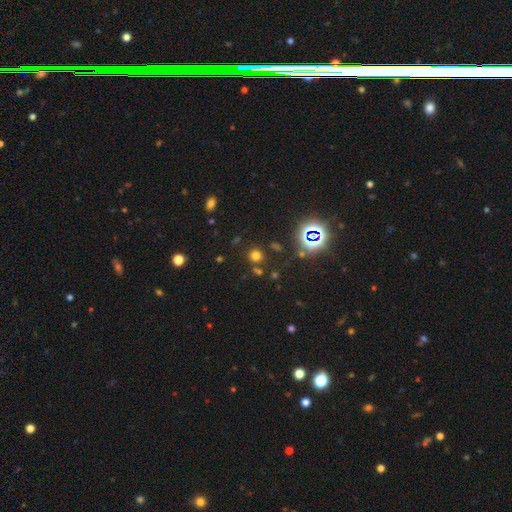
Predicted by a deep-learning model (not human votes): smooth_or_featured: smooth (p=0.61) [alt: star or artifact p=0.32]
how_rounded: round (p=0.90) [alt: in between p=0.09]
merging: none (p=0.80) [alt: merger p=0.08]